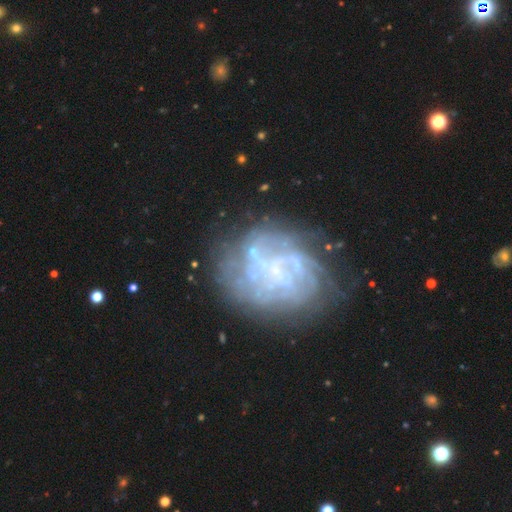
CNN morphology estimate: type=featured or disk (72%); edge-on=no (98%); bar=no (66%); spiral arms=yes (70%); bulge=small (52%); merging=none (53%).